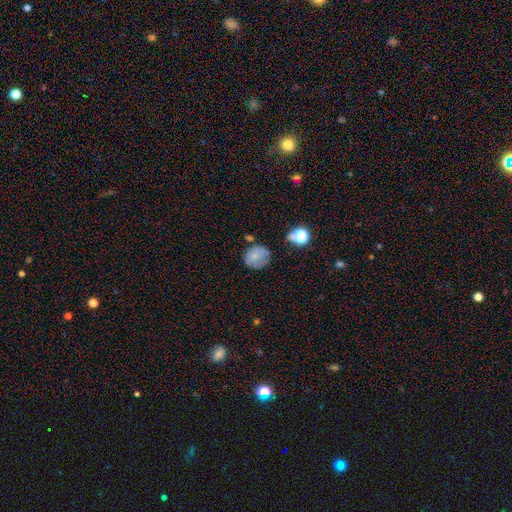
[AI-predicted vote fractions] A smooth galaxy with no disk features (70%) that is round (74%). Merging: none (55%).